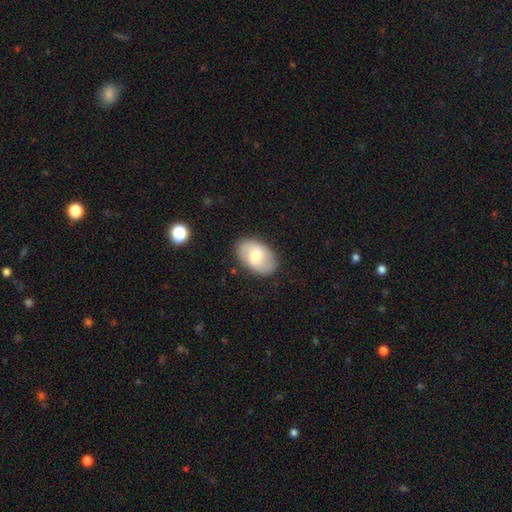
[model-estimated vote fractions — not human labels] smooth_or_featured: smooth (p=0.60) [alt: featured or disk p=0.33]
how_rounded: in between (p=0.90) [alt: round p=0.09]
merging: none (p=0.83) [alt: minor disturbance p=0.12]